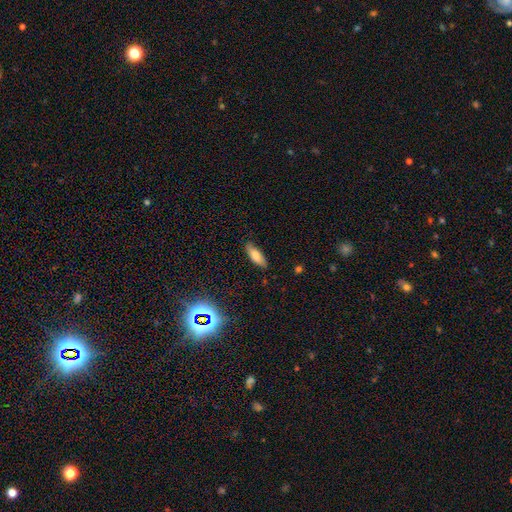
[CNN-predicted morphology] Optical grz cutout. It shows a smooth galaxy with no disk features (77%) that is in between round and cigar-shaped (62%). Merging: none (82%).